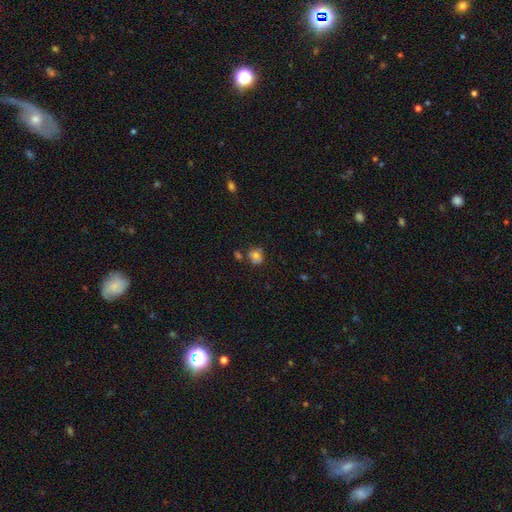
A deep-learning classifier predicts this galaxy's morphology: smooth 65%, featured or disk 22%, star or artifact 13%. Down the decision tree: how rounded — round (70%); merging — none (57%).